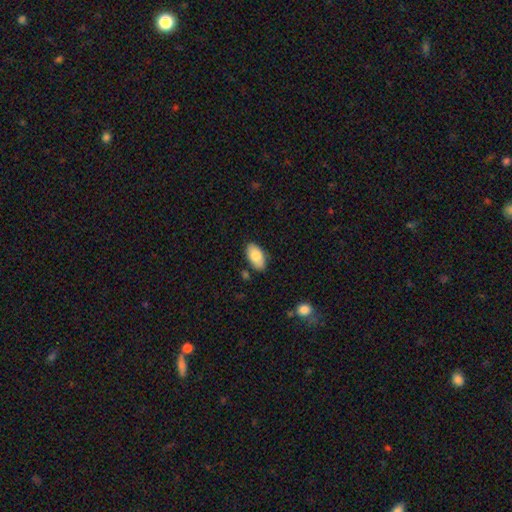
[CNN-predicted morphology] Smooth or featured? Predicted: smooth (p=0.81). How rounded? Predicted: in between (p=0.95). Merging? Predicted: none (p=0.83).